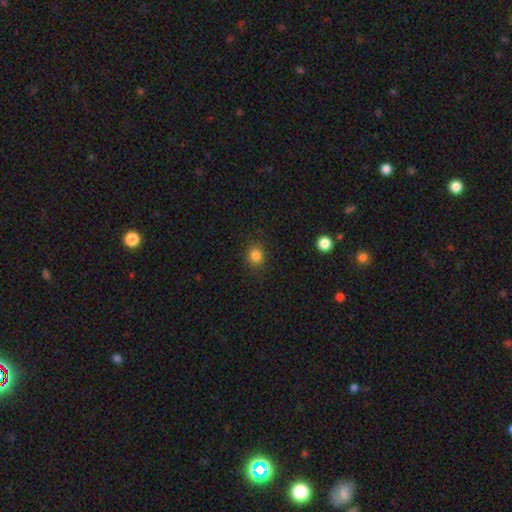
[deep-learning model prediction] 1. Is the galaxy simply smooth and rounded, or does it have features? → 84% smooth, 12% star or artifact, 4% featured or disk.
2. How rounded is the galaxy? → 78% round, 21% in between, 1% cigar-shaped.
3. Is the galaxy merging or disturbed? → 88% none, 8% minor disturbance, 3% major disturbance, 1% merger.